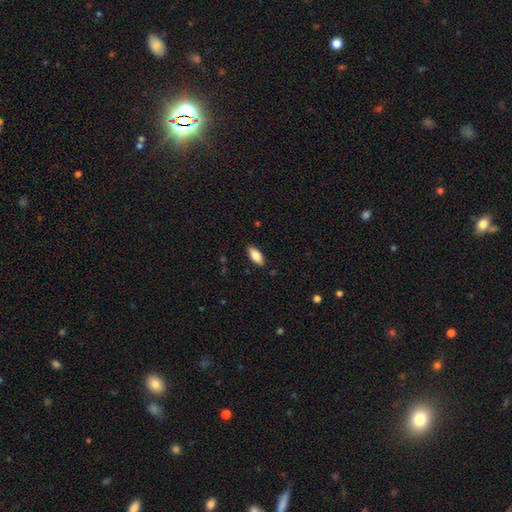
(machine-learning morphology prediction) type=smooth (81%); roundness=in between (86%); merging=none (88%).